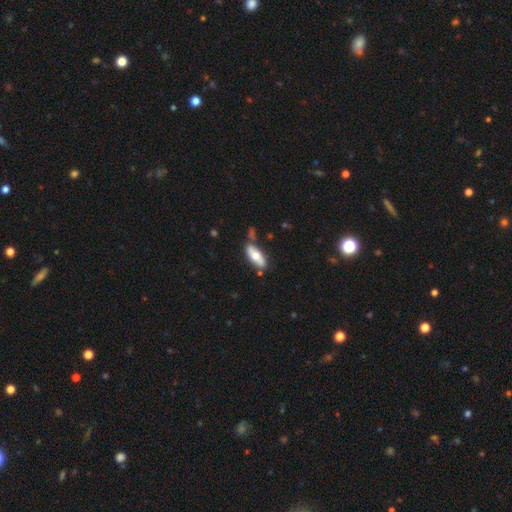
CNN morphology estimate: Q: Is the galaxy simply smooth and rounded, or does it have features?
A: smooth — 59%.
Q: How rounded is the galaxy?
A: in between — 76%.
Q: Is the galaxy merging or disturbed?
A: none — 71%.